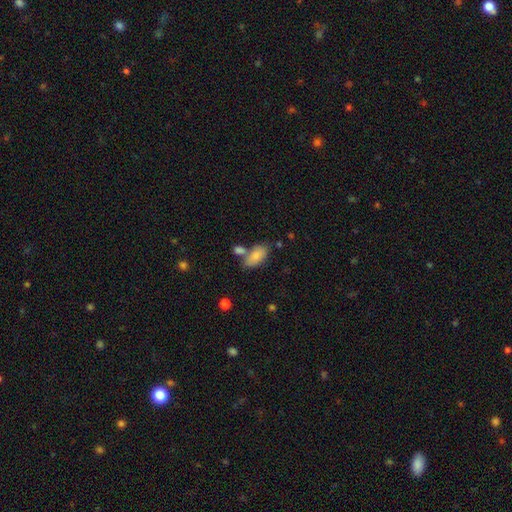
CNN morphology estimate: A smooth galaxy with no disk features (82%) that is in between round and cigar-shaped (91%).

Vote fractions:
- Smooth or featured? smooth: 82% / featured or disk: 11% / star or artifact: 7%
- How rounded? in between: 91% / cigar-shaped: 6% / round: 3%
- Merging? none: 56% / merger: 24% / minor disturbance: 15% / major disturbance: 5%